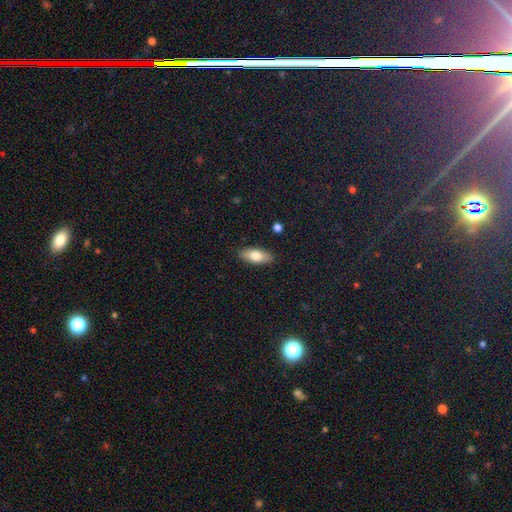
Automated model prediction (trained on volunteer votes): smooth 75%, featured or disk 19%, star or artifact 7%. Down the decision tree: how rounded — in between (82%); merging — none (88%).